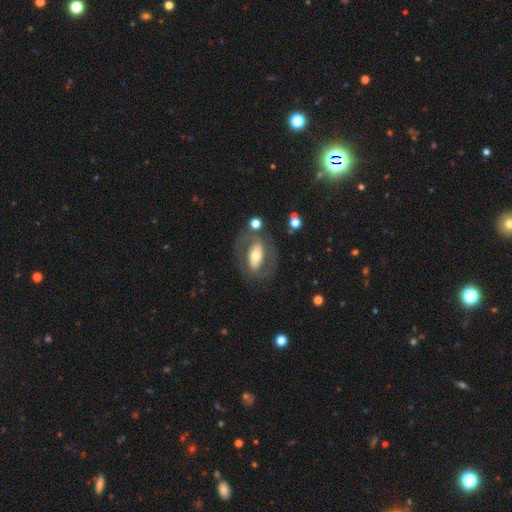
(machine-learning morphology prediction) Smooth or featured? featured or disk (66%)
Edge-on disk? no (93%)
Bar? strong (38%)
Spiral arms? yes (57%)
Bulge size? moderate (63%)
Merging? none (69%)